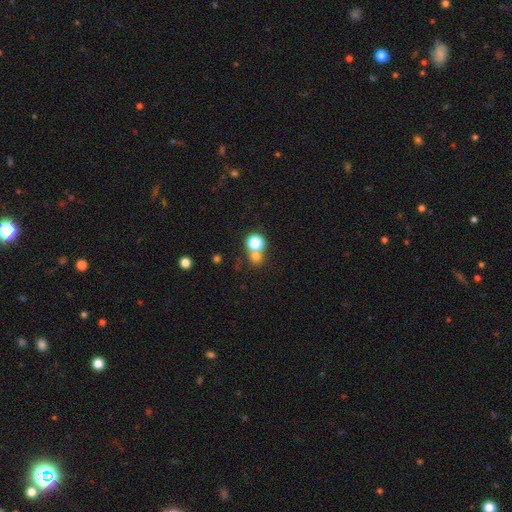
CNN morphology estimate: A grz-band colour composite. It shows a smooth galaxy with no disk features (71%) that is round (86%). Merging: none (52%).